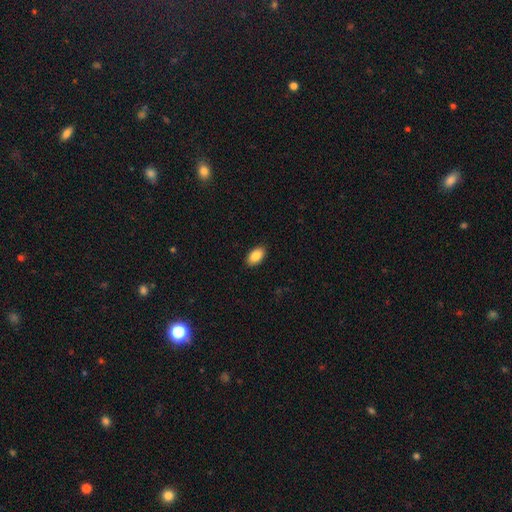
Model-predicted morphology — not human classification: Smooth or featured?
  - smooth: 87% *
  - star or artifact: 7%
  - featured or disk: 6%
How rounded?
  - in between: 94% *
  - round: 4%
  - cigar-shaped: 2%
Merging?
  - none: 90% *
  - minor disturbance: 7%
  - major disturbance: 2%
  - merger: 1%